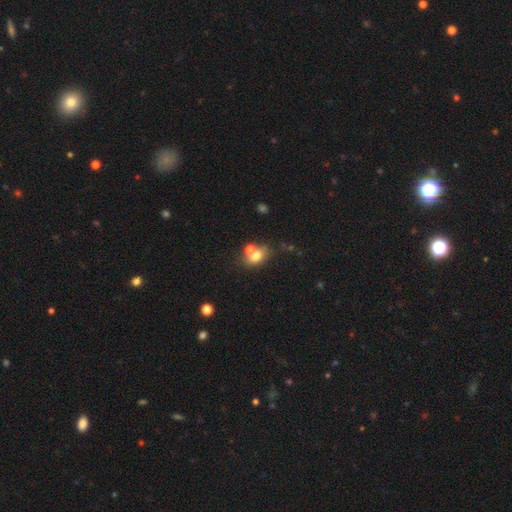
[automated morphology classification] smooth 68%, featured or disk 20%, star or artifact 13%. Down the decision tree: how rounded — in between (72%); merging — none (46%).